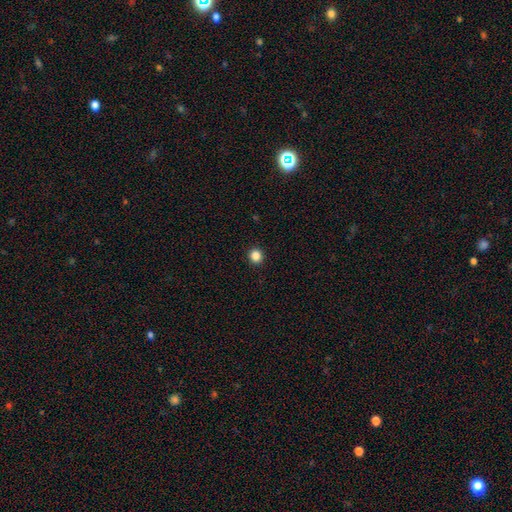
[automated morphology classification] smooth_or_featured: smooth (p=0.85) [alt: star or artifact p=0.11]
how_rounded: round (p=0.88) [alt: in between p=0.11]
merging: none (p=0.93) [alt: minor disturbance p=0.05]